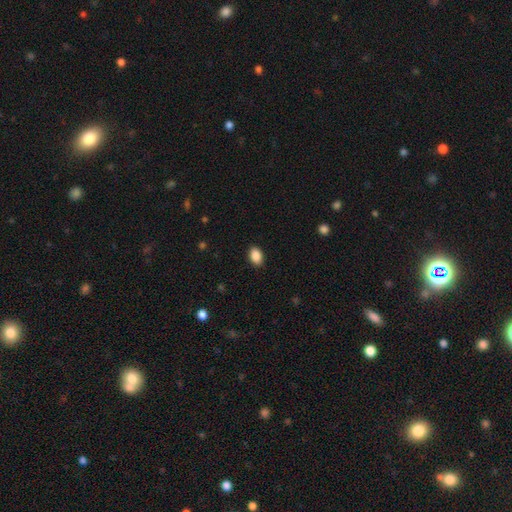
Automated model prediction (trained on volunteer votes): Smooth or featured? Predicted: smooth (p=0.89). How rounded? Predicted: in between (p=0.87). Merging? Predicted: none (p=0.89).